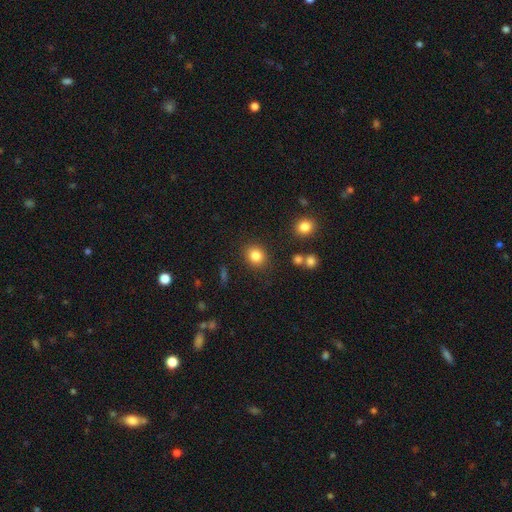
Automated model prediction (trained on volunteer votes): This appears to be a smooth galaxy with no disk features (84%) that is round (71%). Merging: none (86%).